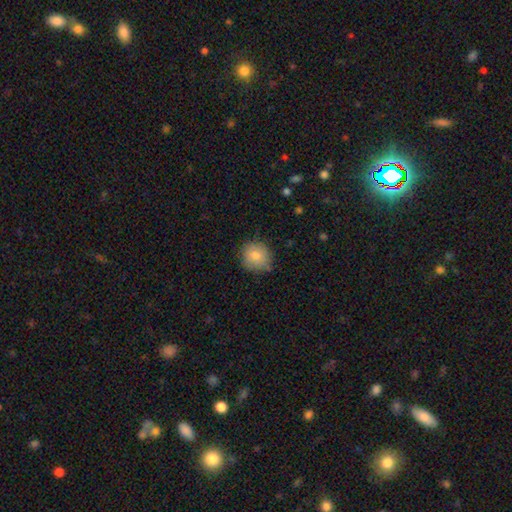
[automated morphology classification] This appears to be a smooth galaxy with no disk features (83%) that is round (86%). Merging: none (78%).